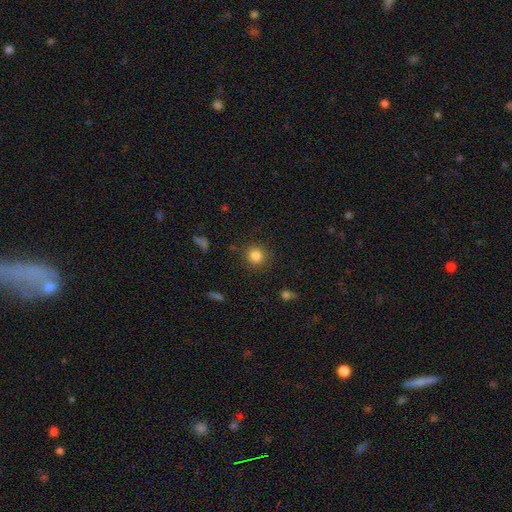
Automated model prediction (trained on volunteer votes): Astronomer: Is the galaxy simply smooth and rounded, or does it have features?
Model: smooth — 83%.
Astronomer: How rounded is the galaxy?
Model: round — 91%.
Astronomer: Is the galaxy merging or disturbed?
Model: none — 86%.